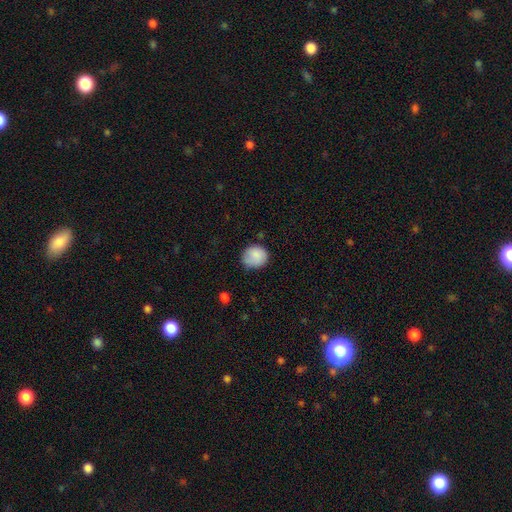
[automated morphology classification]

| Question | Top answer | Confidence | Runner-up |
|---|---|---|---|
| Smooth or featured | smooth | 84% | featured or disk (8%) |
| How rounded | round | 78% | in between (21%) |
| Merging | none | 70% | minor disturbance (23%) |